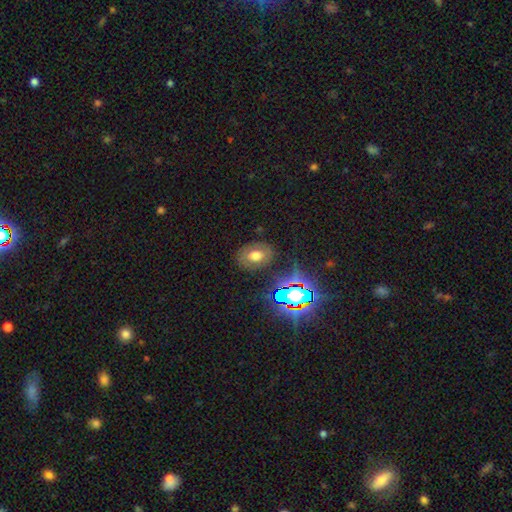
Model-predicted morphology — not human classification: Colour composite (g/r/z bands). It shows a smooth galaxy with no disk features (52%) that is in between round and cigar-shaped (71%). Merging: none (80%).